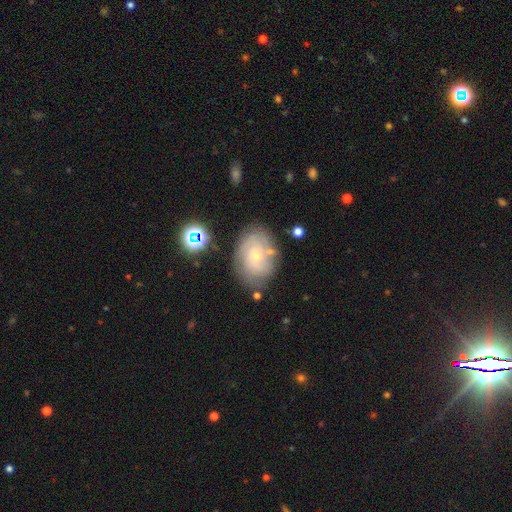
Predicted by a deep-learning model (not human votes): This appears to be a featured or disk galaxy (53%) with no bar (82%), spiral arms (71%) and a small central bulge (75%). Merging: none (69%).